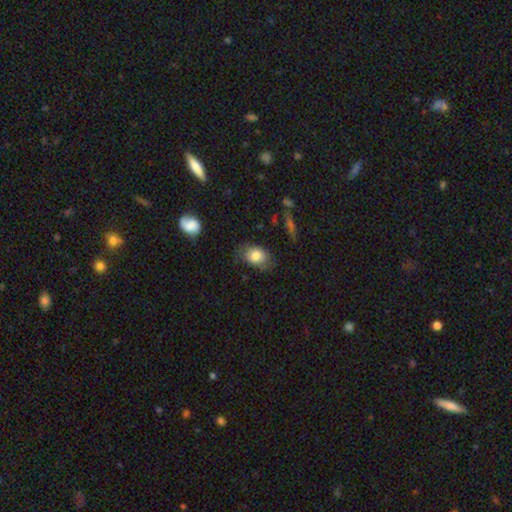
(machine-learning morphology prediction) Smooth or featured?
  - smooth: 79% *
  - featured or disk: 13%
  - star or artifact: 8%
How rounded?
  - in between: 78% *
  - round: 21%
  - cigar-shaped: 1%
Merging?
  - none: 66% *
  - minor disturbance: 25%
  - major disturbance: 8%
  - merger: 2%